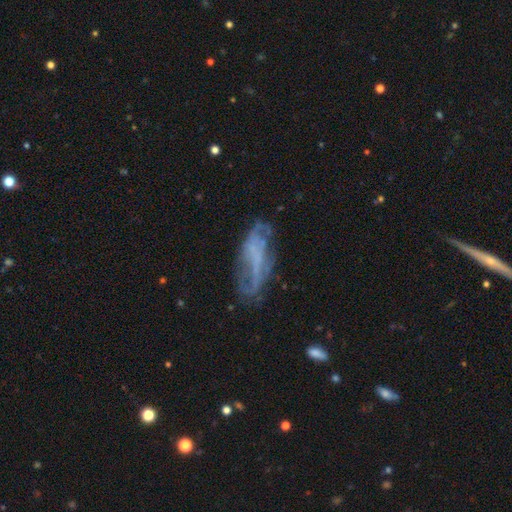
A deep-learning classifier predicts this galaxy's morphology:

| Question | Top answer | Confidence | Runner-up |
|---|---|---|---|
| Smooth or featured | featured or disk | 63% | smooth (26%) |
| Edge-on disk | no | 86% | yes (14%) |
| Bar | no | 51% | weak (29%) |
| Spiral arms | yes | 58% | no (42%) |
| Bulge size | none | 68% | small (20%) |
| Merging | none | 52% | minor disturbance (25%) |